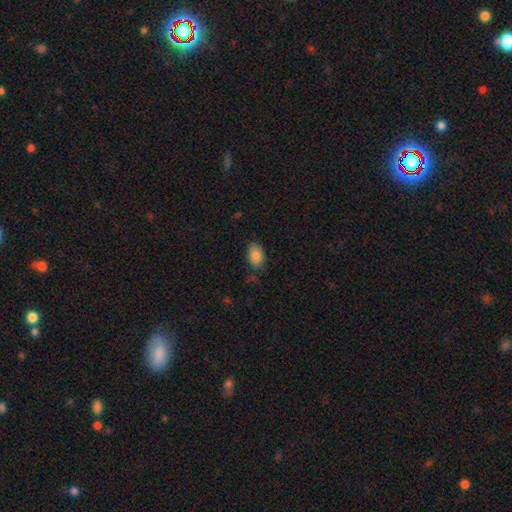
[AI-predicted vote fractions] Smooth or featured?
  - smooth: 86% *
  - star or artifact: 8%
  - featured or disk: 6%
How rounded?
  - in between: 88% *
  - round: 11%
  - cigar-shaped: 1%
Merging?
  - none: 77% *
  - minor disturbance: 18%
  - major disturbance: 4%
  - merger: 2%